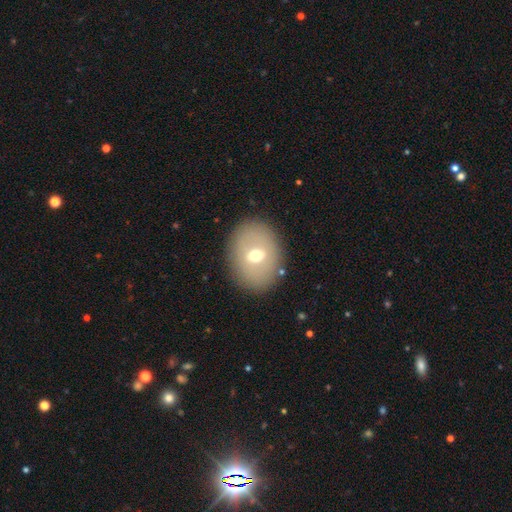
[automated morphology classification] This is possibly a smooth galaxy (58%). How rounded: likely in between (62%). Merging: clearly none (86%).